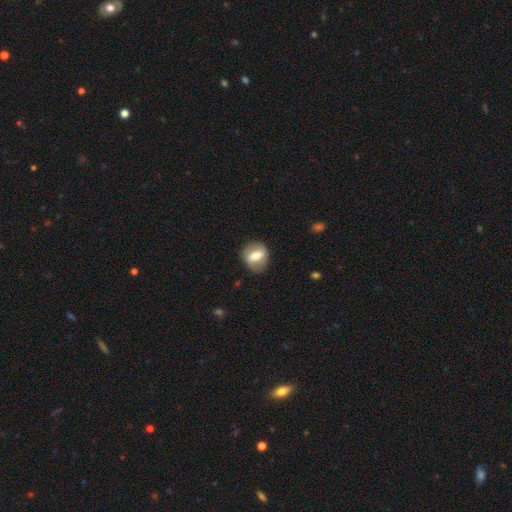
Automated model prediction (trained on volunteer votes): Smooth or featured?
  - smooth: 56% *
  - featured or disk: 36%
  - star or artifact: 7%
How rounded?
  - in between: 57% *
  - round: 40%
  - cigar-shaped: 3%
Merging?
  - none: 79% *
  - minor disturbance: 14%
  - major disturbance: 5%
  - merger: 1%